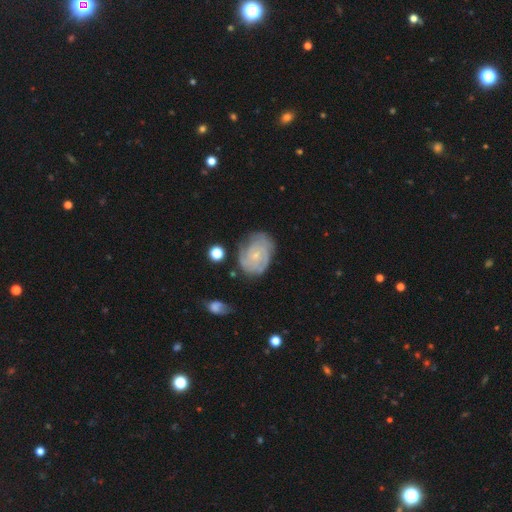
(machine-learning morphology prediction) Smooth or featured?
  - featured or disk: 76% *
  - smooth: 18%
  - star or artifact: 6%
Edge-on disk?
  - no: 97% *
  - yes: 3%
Bar?
  - no: 76% *
  - weak: 21%
  - strong: 3%
Spiral arms?
  - yes: 92% *
  - no: 8%
Spiral winding?
  - tight: 66% *
  - medium: 27%
  - loose: 7%
Spiral arm count?
  - can't tell: 35% *
  - 2: 24%
  - 3: 22%
  - 4: 9%
  - 1: 5%
  - more than 4: 5%
Bulge size?
  - small: 78% *
  - moderate: 16%
  - none: 4%
  - large: 1%
  - dominant: 1%
Merging?
  - none: 65% *
  - minor disturbance: 24%
  - major disturbance: 8%
  - merger: 3%